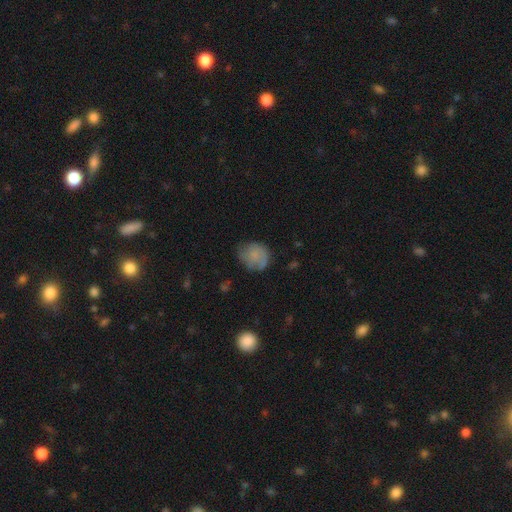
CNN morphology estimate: The model was most divided on "merging": none: 60%, minor disturbance: 26%, major disturbance: 11%, merger: 2%. More confident: how rounded — round (76%); smooth or featured — smooth (64%).